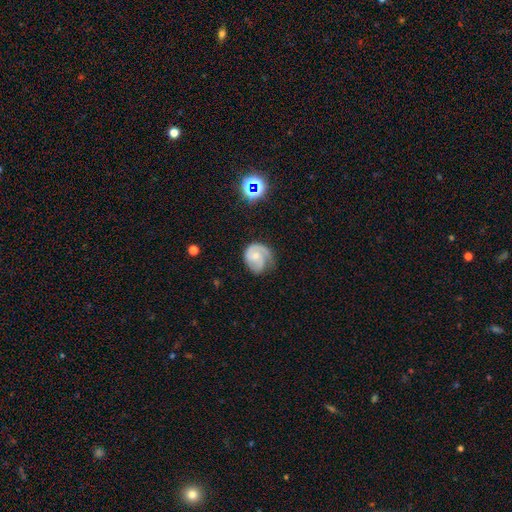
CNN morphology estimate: The model was most divided on "spiral winding": tight: 45%, medium: 40%, loose: 14%. More confident: edge-on disk — no (98%); spiral arms — yes (94%); smooth or featured — featured or disk (75%); bar — no (66%); bulge size — small (57%); merging — none (54%); spiral arm count — 2 (51%).